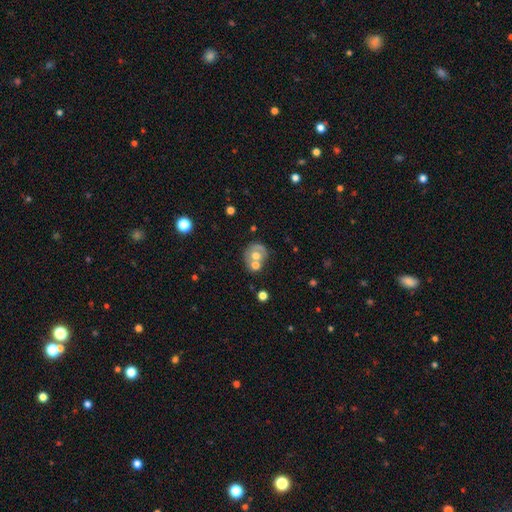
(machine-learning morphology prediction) smooth_or_featured: smooth (p=0.53) [alt: featured or disk p=0.37]
how_rounded: round (p=0.75) [alt: in between p=0.24]
merging: none (p=0.43) [alt: merger p=0.38]